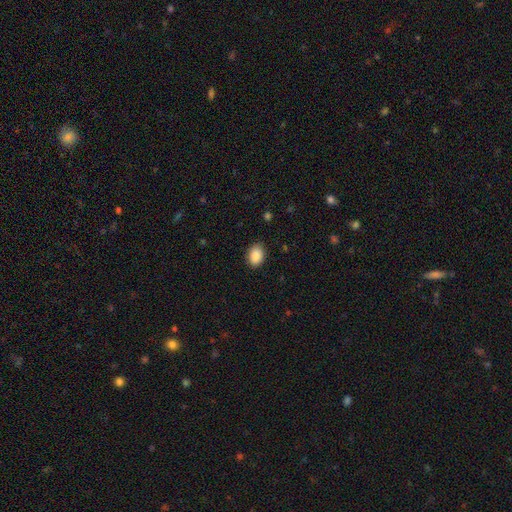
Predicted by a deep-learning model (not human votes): smooth_or_featured: smooth (p=0.90) [alt: star or artifact p=0.07]
how_rounded: in between (p=0.79) [alt: round p=0.20]
merging: none (p=0.87) [alt: minor disturbance p=0.10]